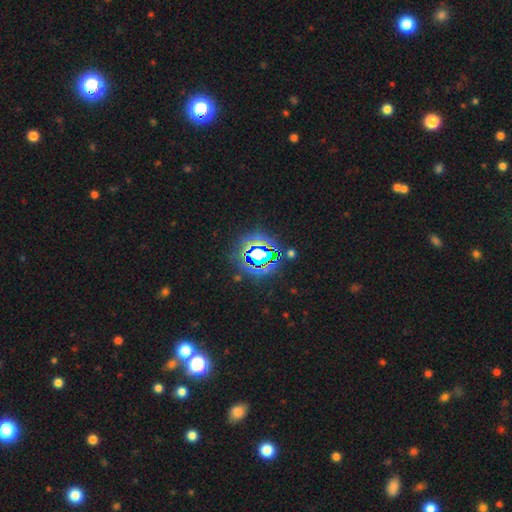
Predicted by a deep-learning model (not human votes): This is likely a star or artifact rather than a galaxy (72%).